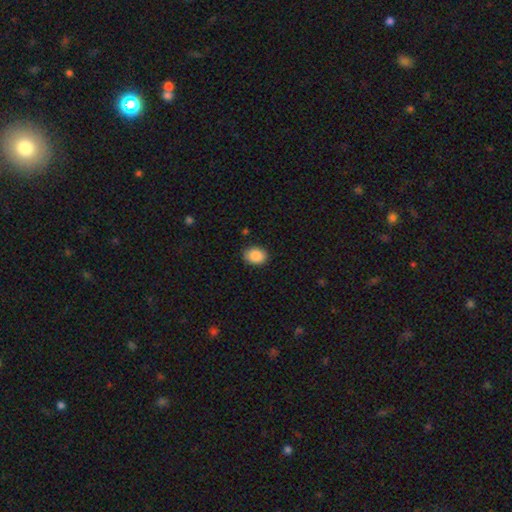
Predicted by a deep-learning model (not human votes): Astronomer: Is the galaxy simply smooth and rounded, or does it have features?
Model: smooth — 88%.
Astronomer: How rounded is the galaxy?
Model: in between — 61% (runner-up: round, 38%).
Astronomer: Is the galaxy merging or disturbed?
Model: none — 86%.